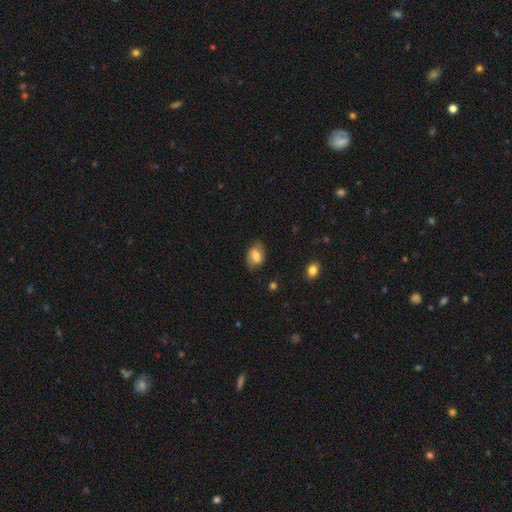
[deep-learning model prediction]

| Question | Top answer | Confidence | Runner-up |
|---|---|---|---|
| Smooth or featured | smooth | 71% | featured or disk (21%) |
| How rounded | in between | 81% | round (17%) |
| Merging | none | 72% | minor disturbance (21%) |